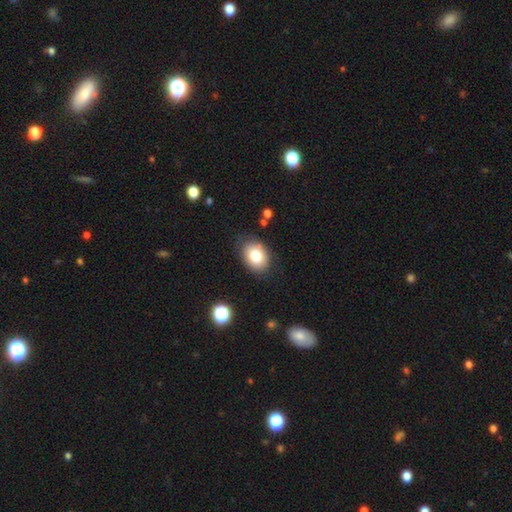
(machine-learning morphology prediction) smooth_or_featured: smooth (p=0.82) [alt: featured or disk p=0.09]
how_rounded: in between (p=0.72) [alt: round p=0.27]
merging: none (p=0.80) [alt: minor disturbance p=0.15]